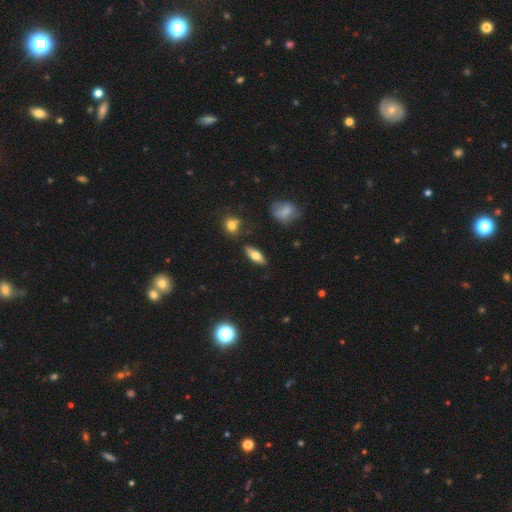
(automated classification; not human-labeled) This appears to be a smooth galaxy with no disk features (61%) that is in between round and cigar-shaped (69%). Merging: none (85%).